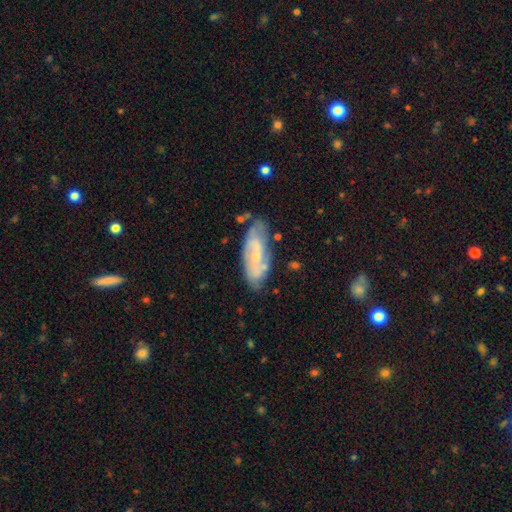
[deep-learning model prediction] smooth_or_featured: featured or disk (p=0.68) [alt: smooth p=0.25]
disk_edge_on: no (p=0.88) [alt: yes p=0.12]
bar: no (p=0.45) [alt: weak p=0.43]
has_spiral_arms: yes (p=0.85) [alt: no p=0.15]
spiral_winding: medium (p=0.42) [alt: tight p=0.40]
spiral_arm_count: 2 (p=0.57) [alt: can't tell p=0.30]
bulge_size: small (p=0.61) [alt: moderate p=0.28]
merging: none (p=0.68) [alt: minor disturbance p=0.22]